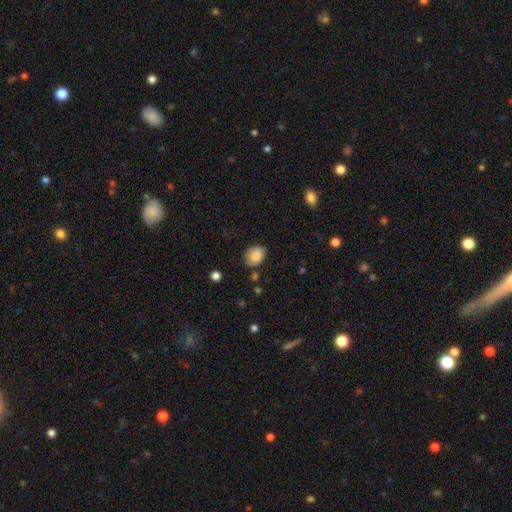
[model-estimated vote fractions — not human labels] This appears to be a smooth galaxy with no disk features (86%) that is in between round and cigar-shaped (64%). Merging: none (74%).